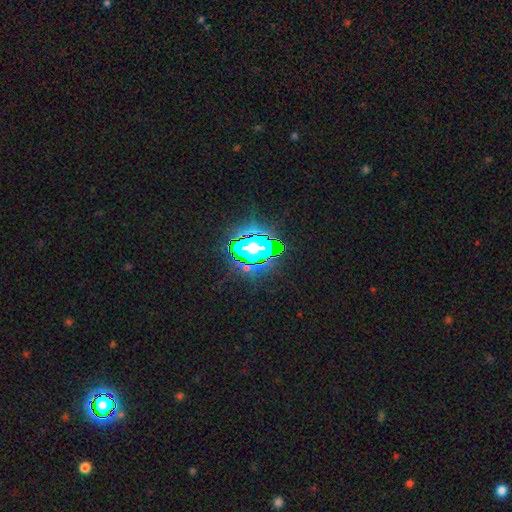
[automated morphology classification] Smooth or featured?
  - star or artifact: 79% *
  - smooth: 13%
  - featured or disk: 8%